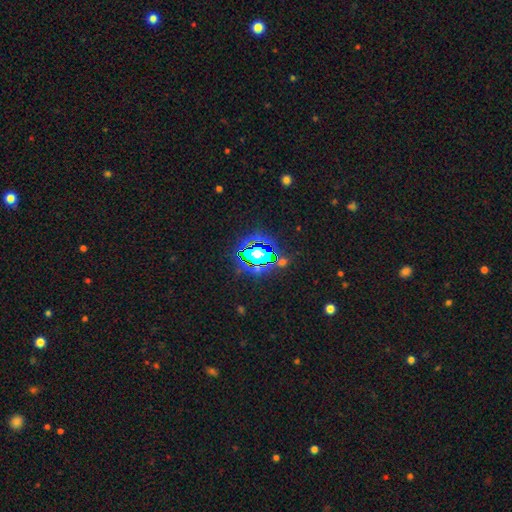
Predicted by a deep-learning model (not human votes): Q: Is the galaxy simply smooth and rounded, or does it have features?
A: star or artifact — 82%.